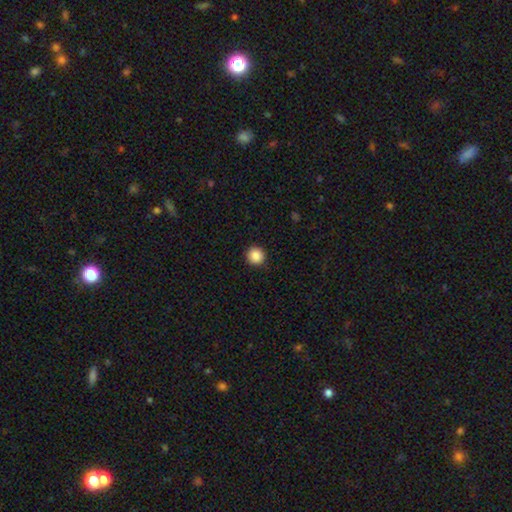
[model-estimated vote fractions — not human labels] Overall: smooth (88%). How rounded: round (94%). Merging: none (93%).